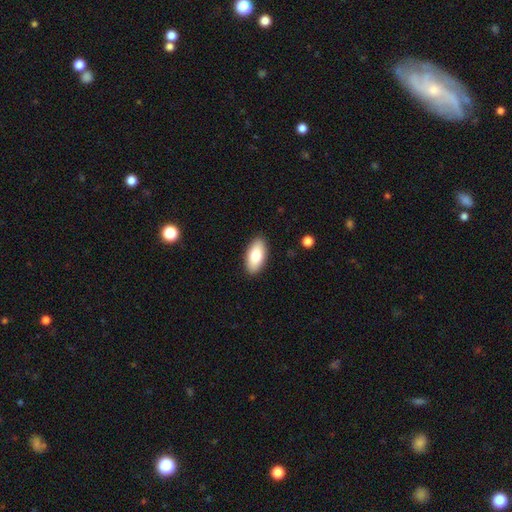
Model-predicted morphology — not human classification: A smooth galaxy with no disk features (80%) that is in between round and cigar-shaped (91%). Merging: none (90%).